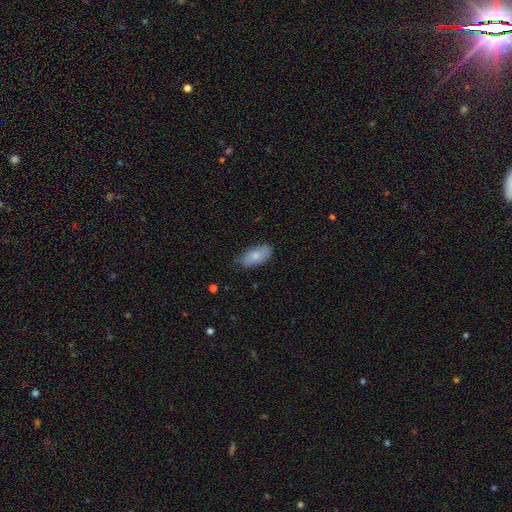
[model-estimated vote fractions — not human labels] Smooth or featured: smooth — 80% (featured or disk — 13%)
How rounded: in between — 91% (cigar-shaped — 7%)
Merging: none — 75% (minor disturbance — 20%)